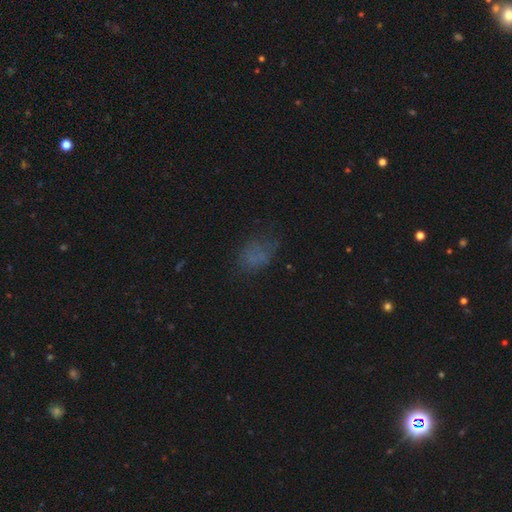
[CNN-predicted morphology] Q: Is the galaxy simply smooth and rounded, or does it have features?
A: smooth — 61%.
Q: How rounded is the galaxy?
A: in between — 72%.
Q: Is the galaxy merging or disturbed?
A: none — 55%.